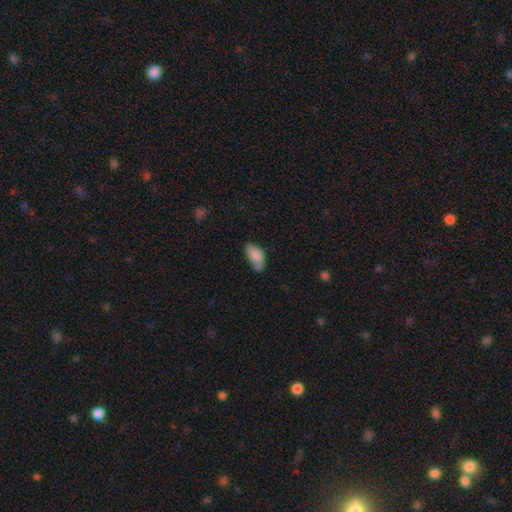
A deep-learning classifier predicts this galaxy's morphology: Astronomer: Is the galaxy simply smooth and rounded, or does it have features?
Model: smooth — 80%.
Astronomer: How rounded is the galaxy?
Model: in between — 92%.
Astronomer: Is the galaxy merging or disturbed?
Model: none — 52% (runner-up: minor disturbance, 32%).